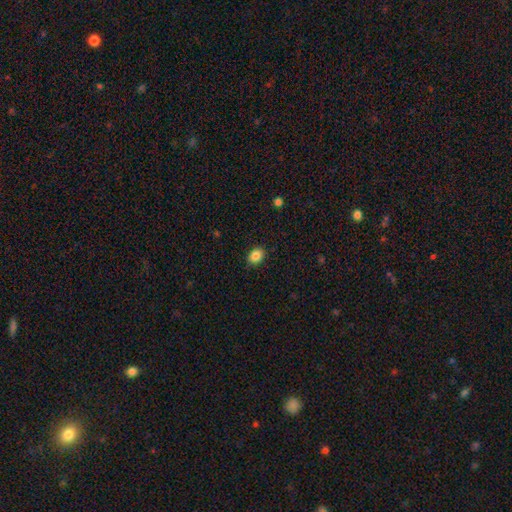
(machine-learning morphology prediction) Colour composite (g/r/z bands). It shows a smooth galaxy with no disk features (85%) that is in between round and cigar-shaped (63%). Merging: none (89%).